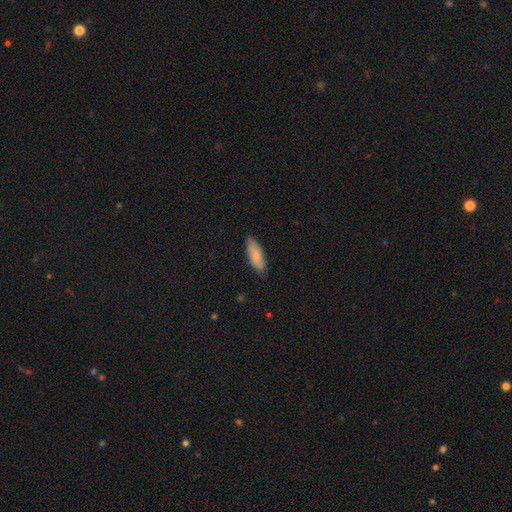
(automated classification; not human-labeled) Smooth or featured? Predicted: smooth (p=0.83). How rounded? Predicted: in between (p=0.69). Merging? Predicted: none (p=0.86).